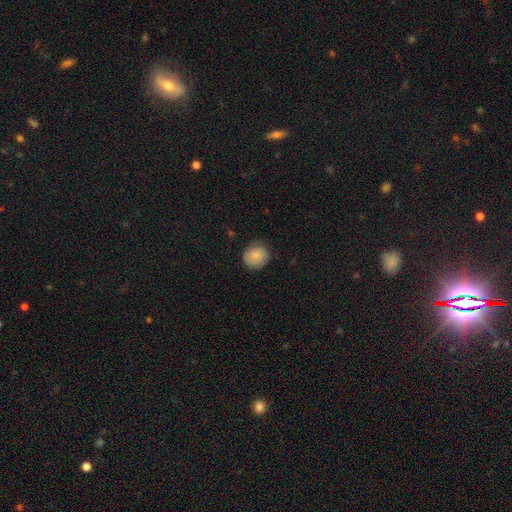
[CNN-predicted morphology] The model was most divided on "merging": none: 81%, minor disturbance: 15%, major disturbance: 3%, merger: 1%. More confident: how rounded — round (87%); smooth or featured — smooth (85%).